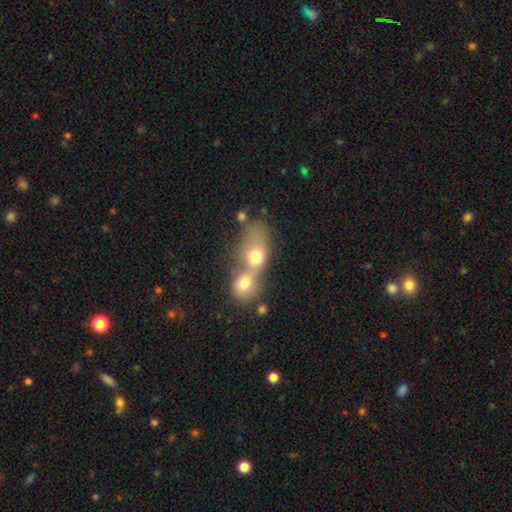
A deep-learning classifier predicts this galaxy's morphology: smooth-or-featured: smooth: 67% | featured or disk: 22% | star or artifact: 11%
  how-rounded: in between: 58% | round: 39% | cigar-shaped: 3%
  merging: merger: 78% | none: 12% | major disturbance: 6% | minor disturbance: 5%